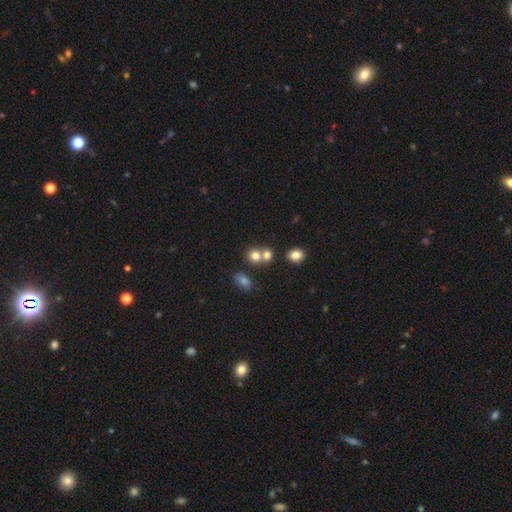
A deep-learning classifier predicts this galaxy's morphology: A smooth galaxy with no disk features (77%) that is round (77%).

Vote fractions:
- Smooth or featured? smooth: 77% / star or artifact: 13% / featured or disk: 10%
- How rounded? round: 77% / in between: 22% / cigar-shaped: 1%
- Merging? none: 47% / merger: 42% / minor disturbance: 8% / major disturbance: 3%